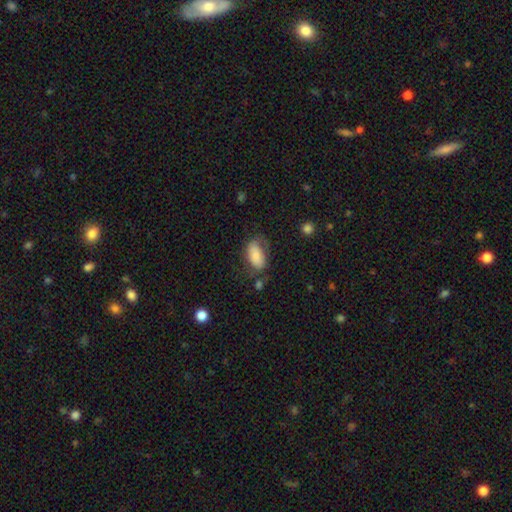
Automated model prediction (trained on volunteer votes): smooth_or_featured: smooth (p=0.80) [alt: featured or disk p=0.13]
how_rounded: in between (p=0.92) [alt: cigar-shaped p=0.04]
merging: none (p=0.54) [alt: minor disturbance p=0.27]